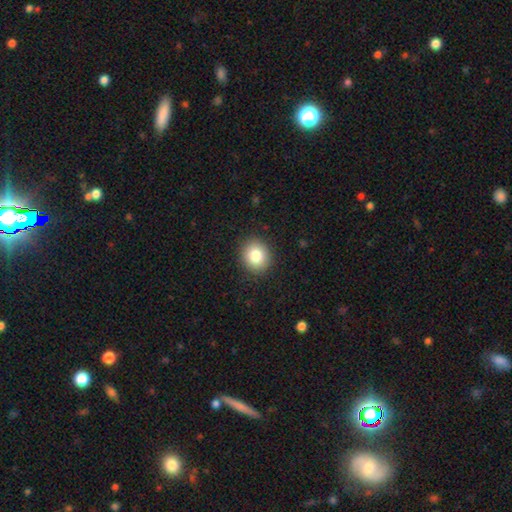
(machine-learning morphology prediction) smooth_or_featured: smooth (p=0.82) [alt: star or artifact p=0.10]
how_rounded: round (p=0.78) [alt: in between p=0.21]
merging: none (p=0.90) [alt: minor disturbance p=0.07]